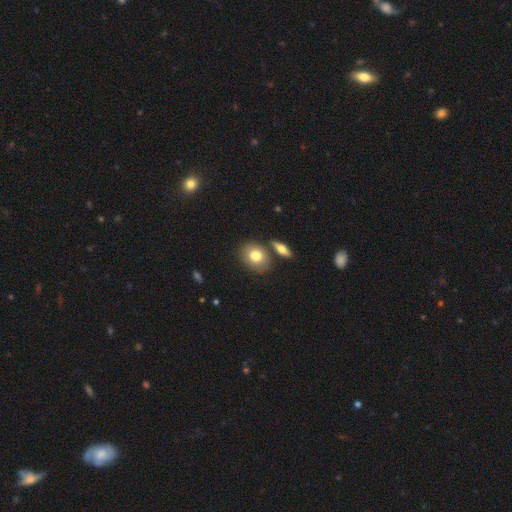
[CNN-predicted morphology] smooth-or-featured: smooth: 79% | featured or disk: 14% | star or artifact: 7%
  how-rounded: in between: 53% | round: 45% | cigar-shaped: 2%
  merging: none: 71% | merger: 14% | minor disturbance: 12% | major disturbance: 3%